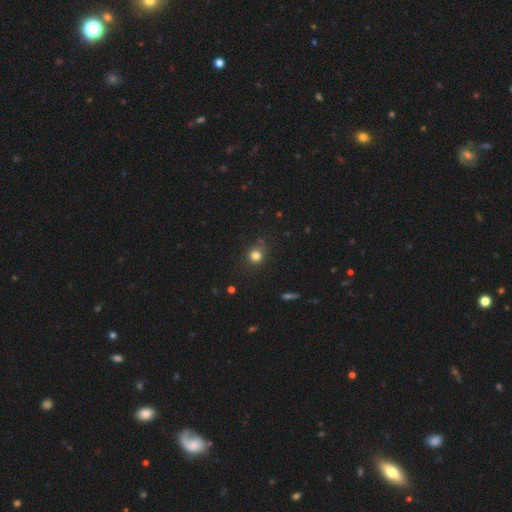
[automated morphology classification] smooth 80%, star or artifact 14%, featured or disk 6%. Down the decision tree: how rounded — round (87%); merging — none (81%).